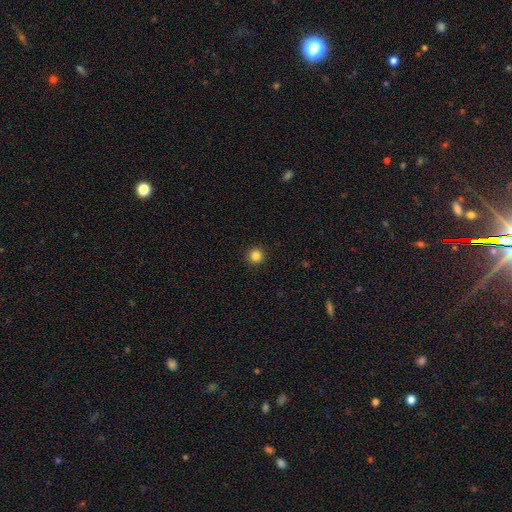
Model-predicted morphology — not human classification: This is clearly a smooth galaxy (85%). How rounded: clearly round (96%). Merging: clearly none (93%).